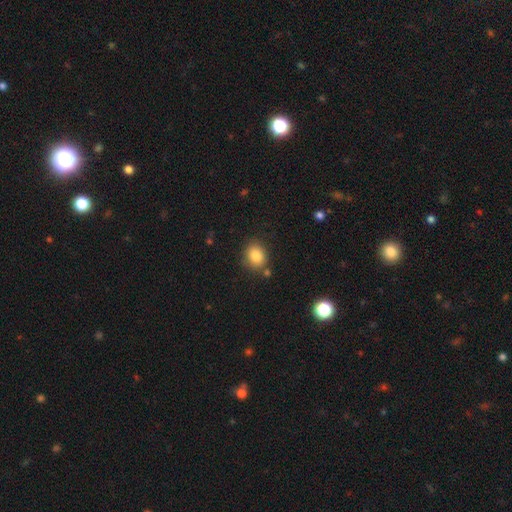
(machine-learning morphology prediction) type=smooth (85%); roundness=round (58%); merging=none (79%).